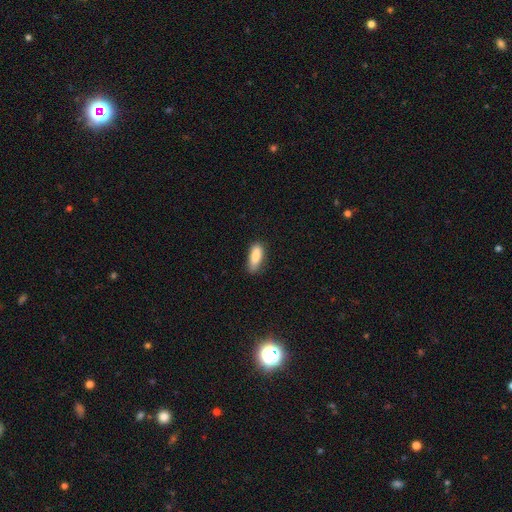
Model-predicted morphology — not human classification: This appears to be a smooth galaxy with no disk features (85%) that is in between round and cigar-shaped (70%). Merging: none (75%).